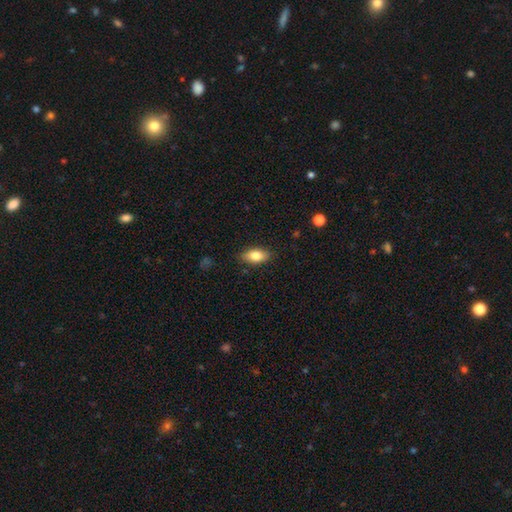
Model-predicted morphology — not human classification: A smooth galaxy with no disk features (82%) that is in between round and cigar-shaped (89%). Merging: none (86%).